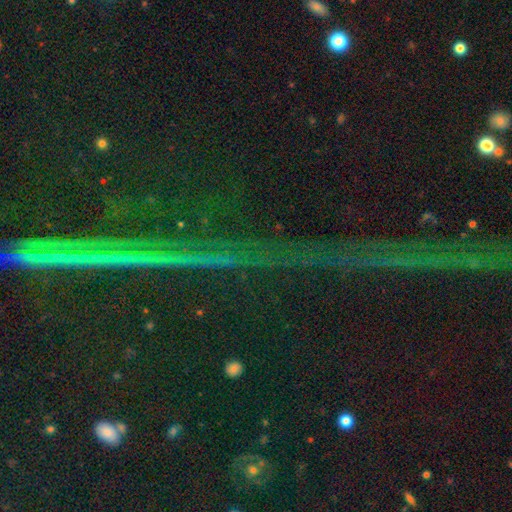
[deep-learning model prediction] A star or artifact, not a galaxy (86%).

Vote fractions:
- Smooth or featured? star or artifact: 86% / featured or disk: 8% / smooth: 6%